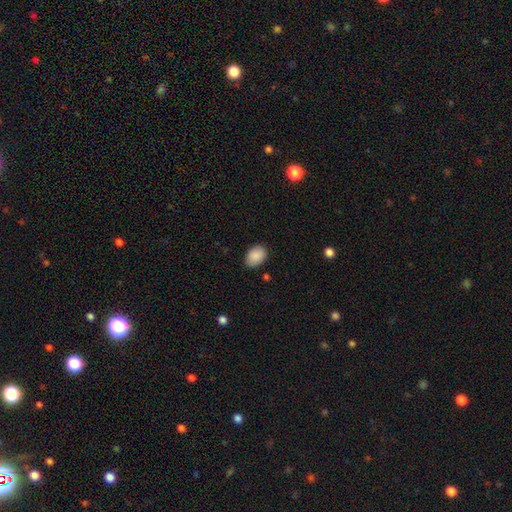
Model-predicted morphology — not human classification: Smooth or featured? Predicted: smooth (p=0.90). How rounded? Predicted: in between (p=0.81). Merging? Predicted: none (p=0.85).